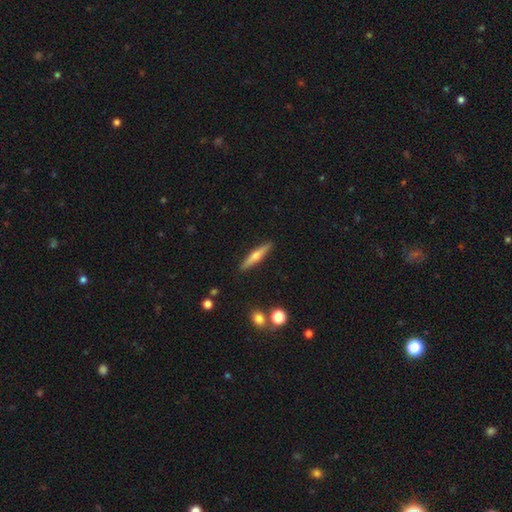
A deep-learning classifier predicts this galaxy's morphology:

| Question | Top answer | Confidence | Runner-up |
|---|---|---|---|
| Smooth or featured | featured or disk | 50% | smooth (44%) |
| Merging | none | 90% | minor disturbance (7%) |